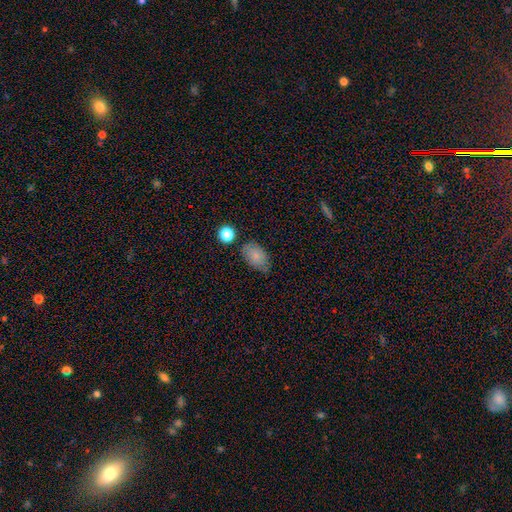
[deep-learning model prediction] Smooth or featured: smooth — 77% (featured or disk — 14%)
How rounded: in between — 86% (round — 12%)
Merging: none — 66% (minor disturbance — 25%)